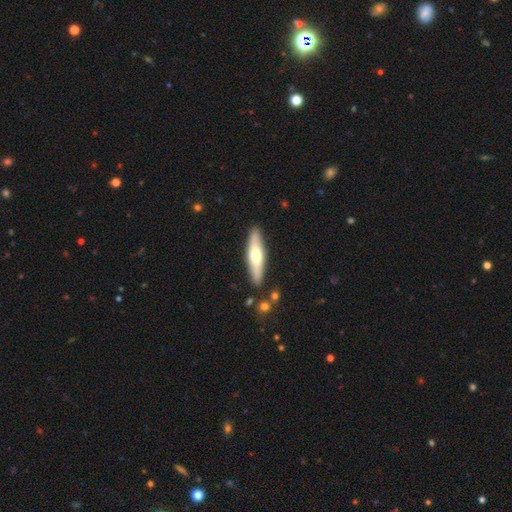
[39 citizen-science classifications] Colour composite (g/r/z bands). It shows a featured or disk galaxy (74%) viewed edge-on (93%) with a rounded central bulge (85%). Merging: none (89%).